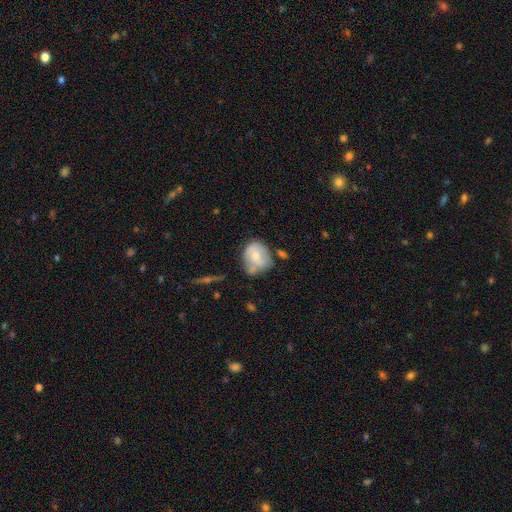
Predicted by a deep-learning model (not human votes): Smooth or featured: smooth — 56% (featured or disk — 37%)
How rounded: round — 55% (in between — 44%)
Merging: none — 42% (minor disturbance — 31%)